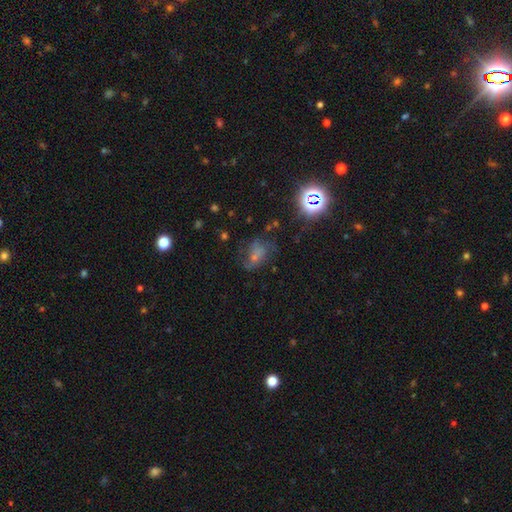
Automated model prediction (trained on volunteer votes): This appears to be a featured or disk galaxy (36%). Merging: none (48%).